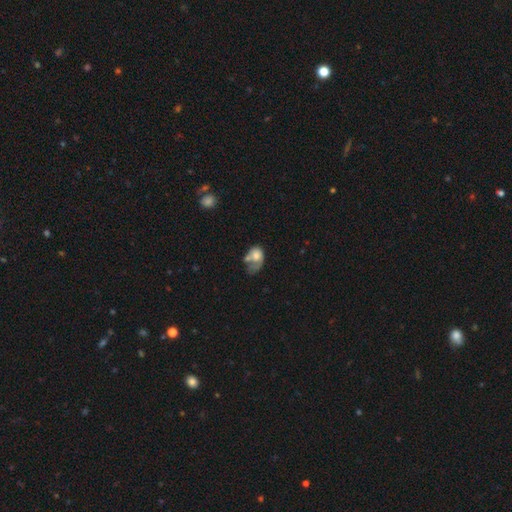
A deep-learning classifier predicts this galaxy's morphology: smooth 57%, featured or disk 35%, star or artifact 9%. Down the decision tree: how rounded — in between (70%); merging — major disturbance (36%).